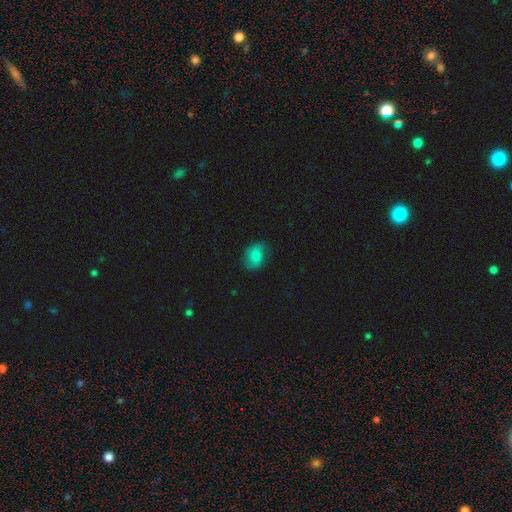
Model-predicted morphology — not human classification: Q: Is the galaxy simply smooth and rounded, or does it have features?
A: smooth — 73%.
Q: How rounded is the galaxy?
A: in between — 64%.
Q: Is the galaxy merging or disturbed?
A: none — 74%.